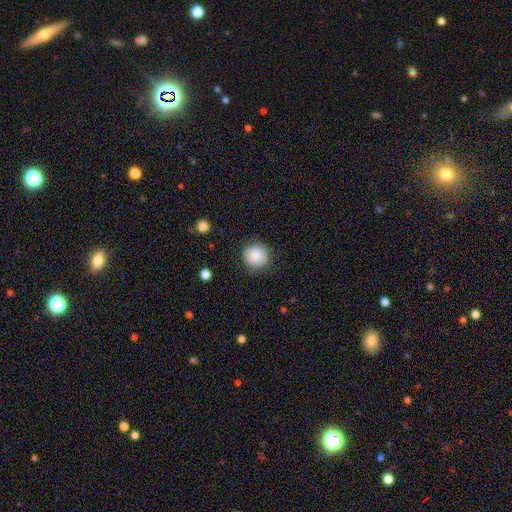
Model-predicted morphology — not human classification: Q: Smooth or featured?
A: smooth (85%); runner-up: star or artifact (8%)
Q: How rounded?
A: round (93%); runner-up: in between (7%)
Q: Merging?
A: none (86%); runner-up: minor disturbance (10%)